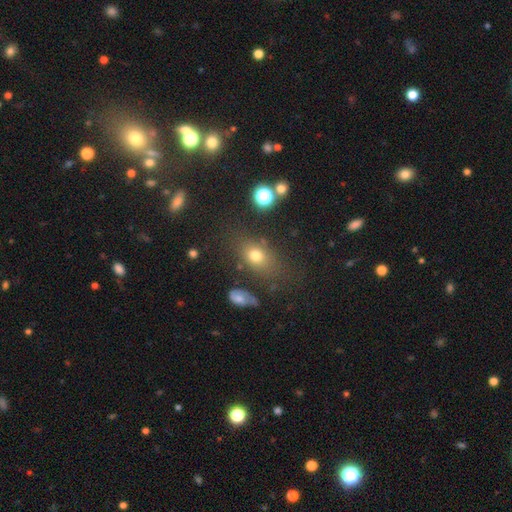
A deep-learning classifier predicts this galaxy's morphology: smooth 71%, star or artifact 16%, featured or disk 13%. Down the decision tree: how rounded — in between (69%); merging — none (69%).